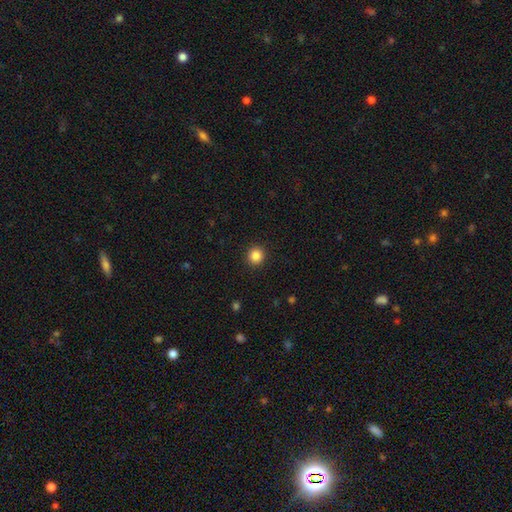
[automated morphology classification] This appears to be a smooth galaxy with no disk features (86%) that is round (93%). Merging: none (92%).